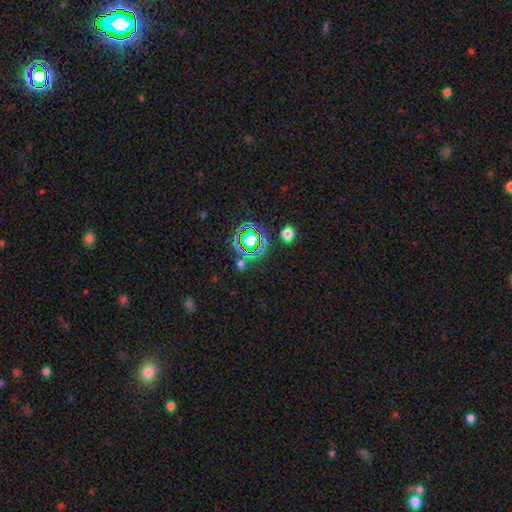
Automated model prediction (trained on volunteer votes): Smooth or featured? Predicted: star or artifact (p=0.70).